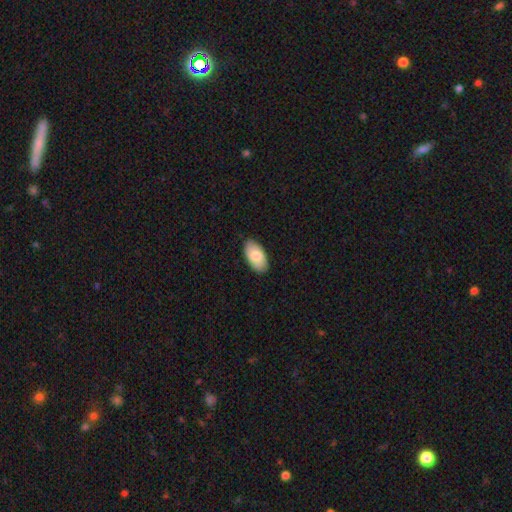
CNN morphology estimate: This is clearly a smooth galaxy (83%). How rounded: clearly in between (95%). Merging: clearly none (86%).